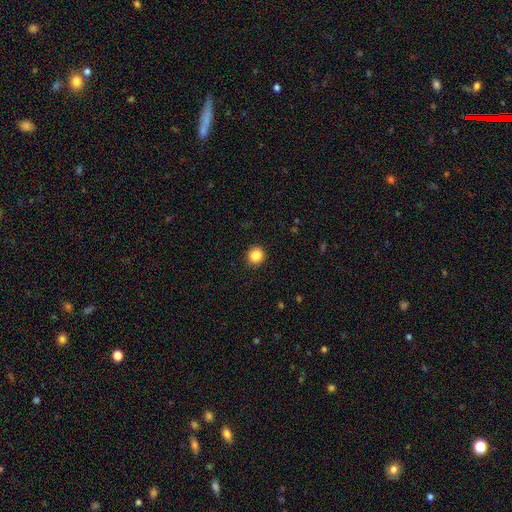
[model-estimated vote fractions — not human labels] The model was most divided on "smooth or featured": smooth: 87%, star or artifact: 10%, featured or disk: 3%. More confident: merging — none (90%); how rounded — round (89%).